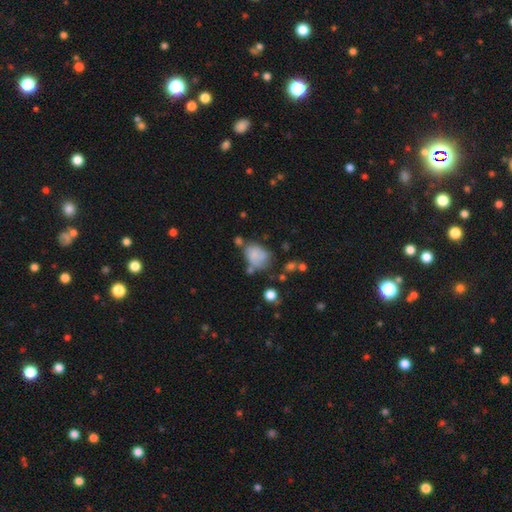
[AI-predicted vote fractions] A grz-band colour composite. It shows a smooth galaxy with no disk features (70%) that is in between round and cigar-shaped (63%). Merging: none (37%).